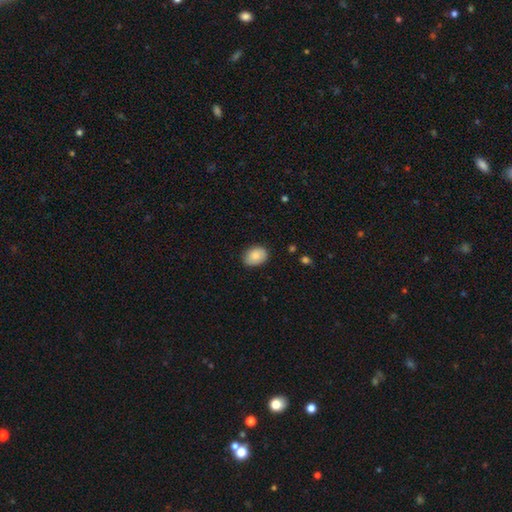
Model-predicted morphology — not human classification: A smooth galaxy with no disk features (85%) that is in between round and cigar-shaped (79%).

Vote fractions:
- Smooth or featured? smooth: 85% / featured or disk: 8% / star or artifact: 7%
- How rounded? in between: 79% / round: 20% / cigar-shaped: 1%
- Merging? none: 83% / minor disturbance: 13% / major disturbance: 2% / merger: 1%